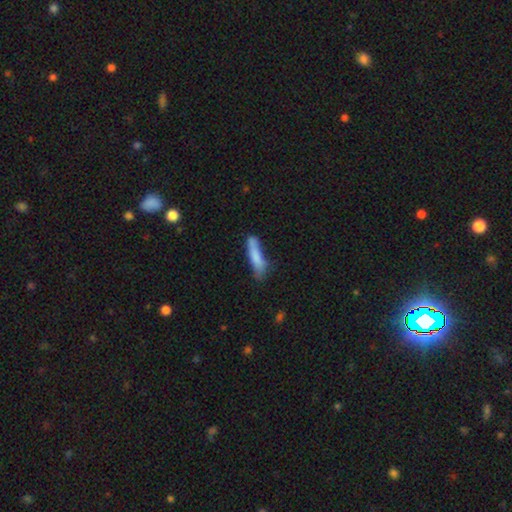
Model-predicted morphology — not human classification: The model was most divided on "merging": none: 53%, minor disturbance: 28%, major disturbance: 10%, merger: 9%. More confident: how rounded — cigar-shaped (79%); smooth or featured — smooth (76%).